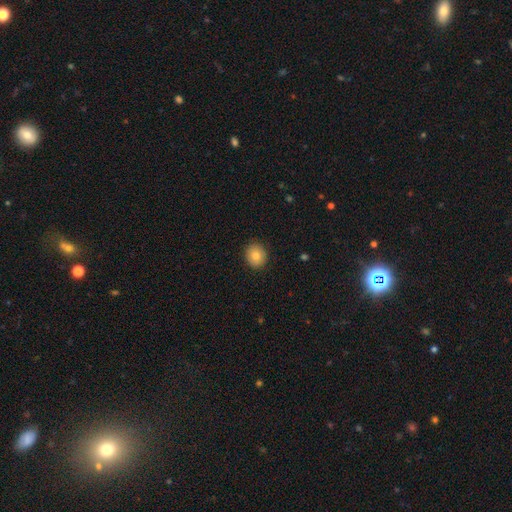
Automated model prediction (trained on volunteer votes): A smooth galaxy with no disk features (81%) that is round (78%). Merging: none (90%).